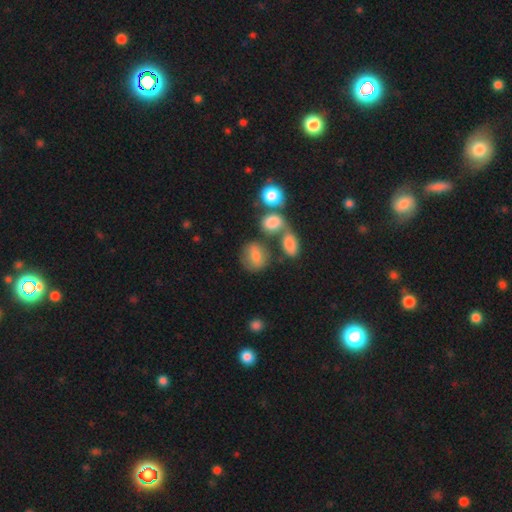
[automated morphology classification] Smooth or featured? smooth (72%)
How rounded? round (53%)
Merging? none (55%)